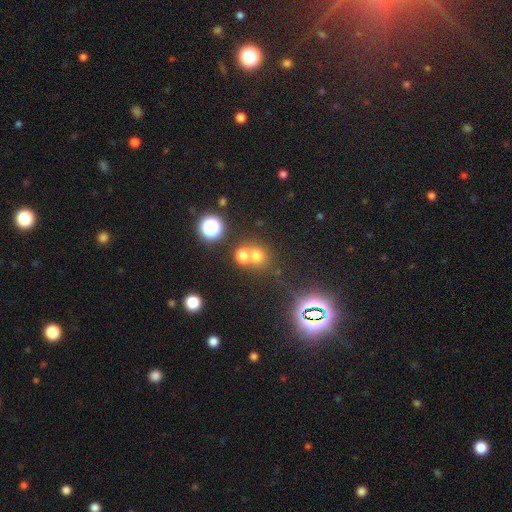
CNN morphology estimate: Smooth or featured?
  - smooth: 65% *
  - star or artifact: 26%
  - featured or disk: 9%
How rounded?
  - round: 84% *
  - in between: 15%
  - cigar-shaped: 1%
Merging?
  - none: 56% *
  - merger: 34%
  - minor disturbance: 7%
  - major disturbance: 4%